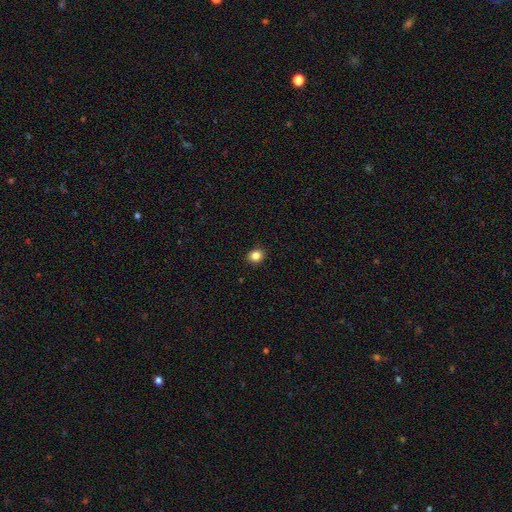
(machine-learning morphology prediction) Smooth or featured?
  - smooth: 84% *
  - star or artifact: 11%
  - featured or disk: 5%
How rounded?
  - round: 65% *
  - in between: 34%
  - cigar-shaped: 1%
Merging?
  - none: 91% *
  - minor disturbance: 6%
  - major disturbance: 2%
  - merger: 1%